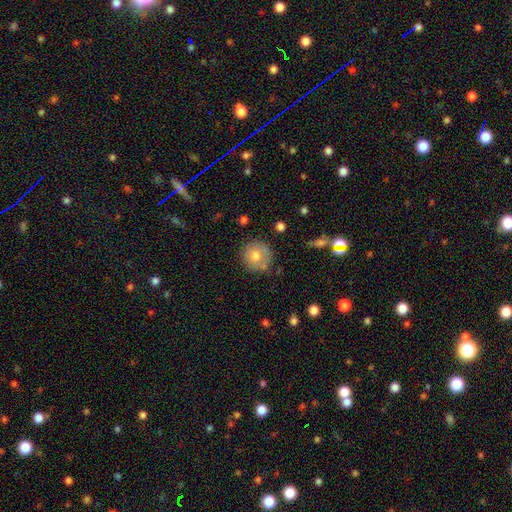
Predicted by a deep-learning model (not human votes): A smooth galaxy with no disk features (66%) that is round (92%). Merging: none (75%).